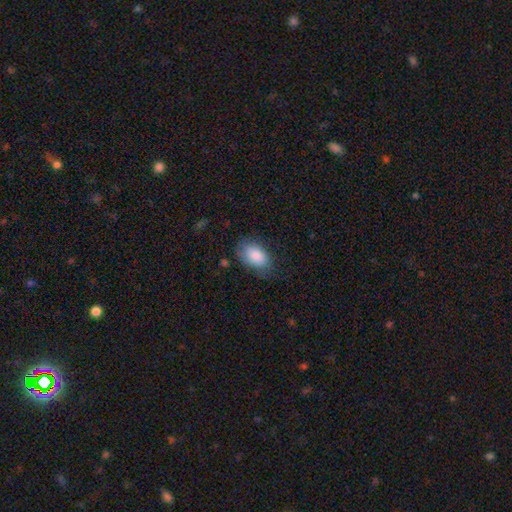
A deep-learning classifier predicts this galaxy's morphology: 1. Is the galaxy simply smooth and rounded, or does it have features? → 86% smooth, 8% featured or disk, 7% star or artifact.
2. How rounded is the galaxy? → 92% in between, 7% round, 2% cigar-shaped.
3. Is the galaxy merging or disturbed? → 71% none, 21% minor disturbance, 6% major disturbance, 1% merger.